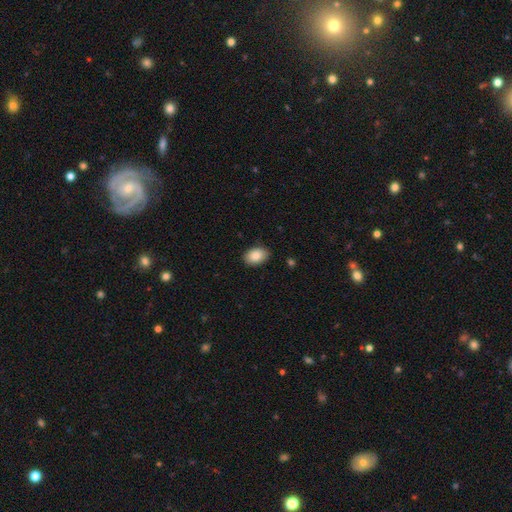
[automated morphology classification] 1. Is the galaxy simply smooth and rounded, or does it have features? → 87% smooth, 7% star or artifact, 6% featured or disk.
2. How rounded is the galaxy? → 84% in between, 15% round, 1% cigar-shaped.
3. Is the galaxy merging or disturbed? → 88% none, 9% minor disturbance, 2% major disturbance, 1% merger.